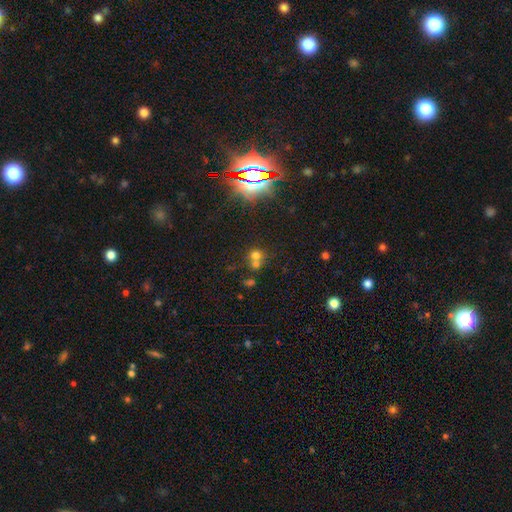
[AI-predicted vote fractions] Smooth or featured?
  - smooth: 59% *
  - star or artifact: 27%
  - featured or disk: 14%
How rounded?
  - round: 83% *
  - in between: 15%
  - cigar-shaped: 1%
Merging?
  - merger: 51% *
  - none: 40%
  - minor disturbance: 6%
  - major disturbance: 3%